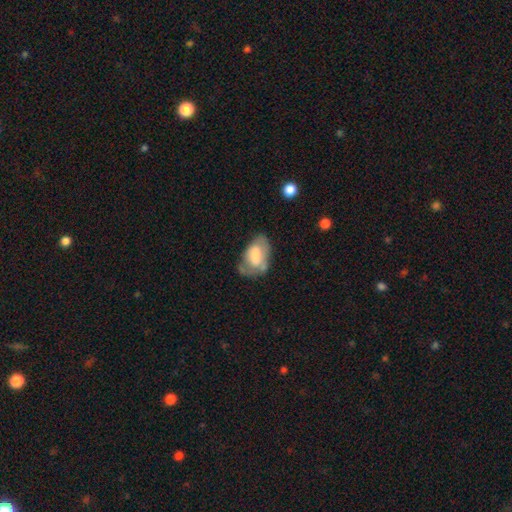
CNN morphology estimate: Smooth or featured: smooth — 59% (featured or disk — 33%)
How rounded: in between — 90% (round — 8%)
Merging: none — 40% (minor disturbance — 33%)